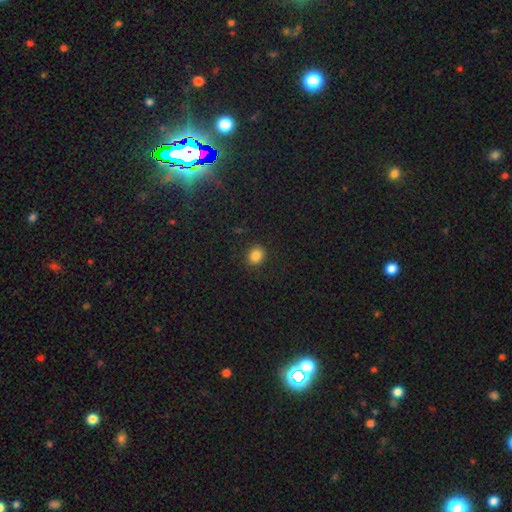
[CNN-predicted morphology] This appears to be a smooth galaxy with no disk features (84%) that is round (61%). Merging: none (88%).